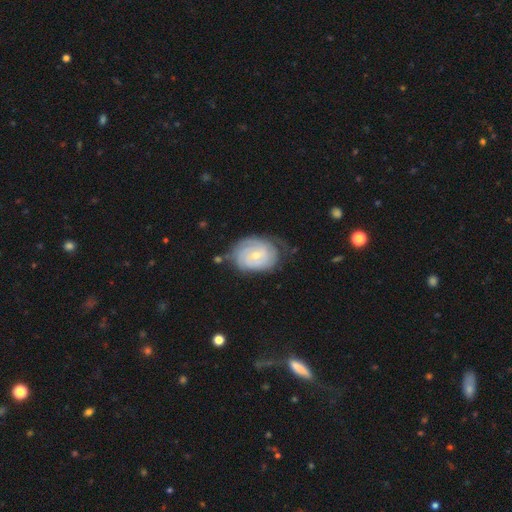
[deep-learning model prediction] smooth_or_featured: featured or disk (p=0.78) [alt: smooth p=0.17]
disk_edge_on: no (p=0.97) [alt: yes p=0.03]
bar: no (p=0.55) [alt: weak p=0.39]
has_spiral_arms: yes (p=0.93) [alt: no p=0.07]
spiral_winding: tight (p=0.75) [alt: medium p=0.20]
spiral_arm_count: can't tell (p=0.39) [alt: 2 p=0.25]
bulge_size: small (p=0.59) [alt: moderate p=0.38]
merging: none (p=0.64) [alt: minor disturbance p=0.25]